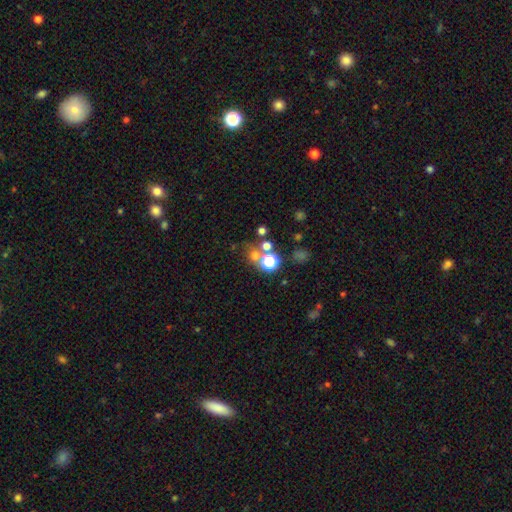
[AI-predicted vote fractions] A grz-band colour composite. It shows a smooth galaxy with no disk features (59%) that is round (86%). Merging: none (61%).